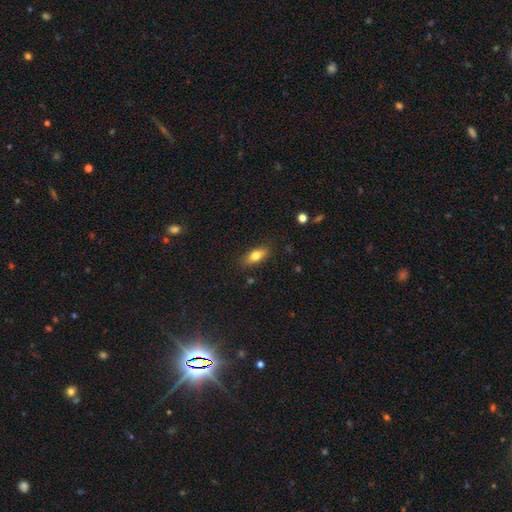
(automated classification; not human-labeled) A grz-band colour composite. It shows a smooth galaxy with no disk features (74%) that is in between round and cigar-shaped (77%). Merging: none (84%).